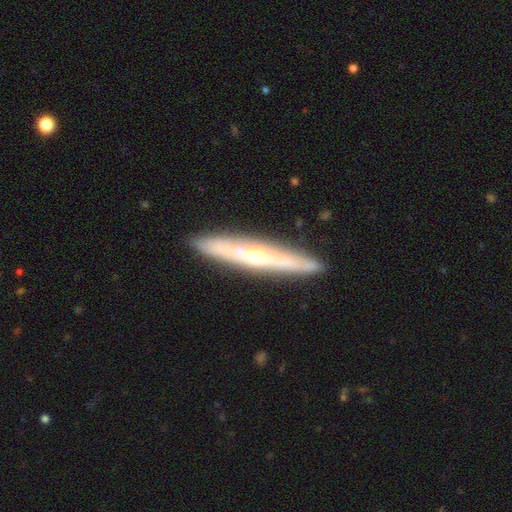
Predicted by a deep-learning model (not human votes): Overall: featured or disk (69%). Edge-on disk: yes (88%). Edge-on bulge: rounded (77%). Merging: none (89%).